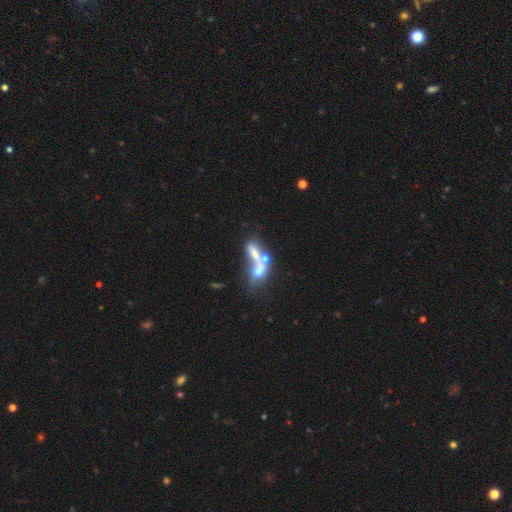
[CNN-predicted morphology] smooth_or_featured: smooth (p=0.45) [alt: featured or disk p=0.41]
merging: merger (p=0.63) [alt: none p=0.17]